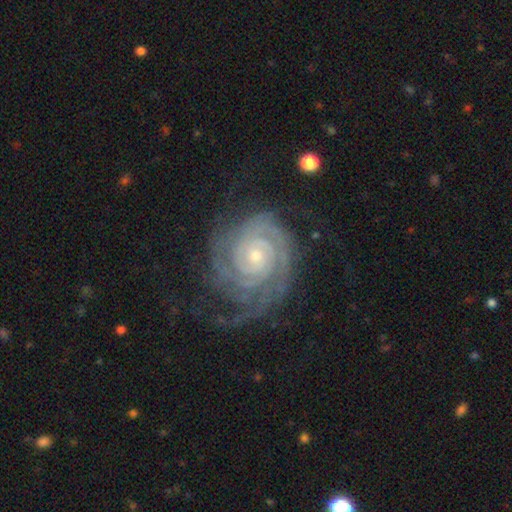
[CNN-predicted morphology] The model was most divided on "spiral arm count": 2: 36%, 3: 23%, can't tell: 14%, 4: 14%, more than 4: 7%, 1: 6%. More confident: spiral arms — yes (99%); edge-on disk — no (98%); smooth or featured — featured or disk (92%); spiral winding — tight (85%); bar — no (73%); merging — none (68%); bulge size — small (68%).